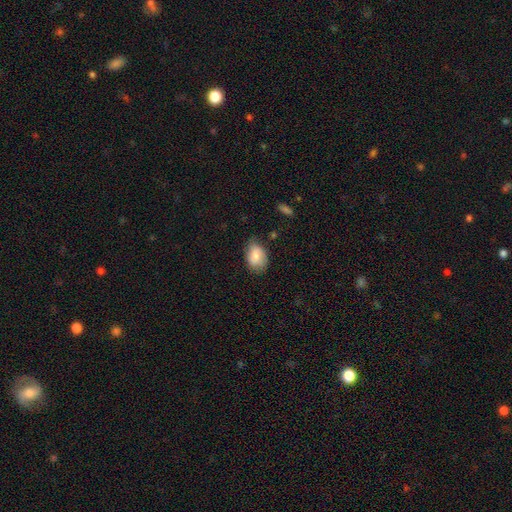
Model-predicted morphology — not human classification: The model was most divided on "merging": none: 65%, minor disturbance: 28%, major disturbance: 6%, merger: 2%. More confident: how rounded — in between (85%); smooth or featured — smooth (83%).